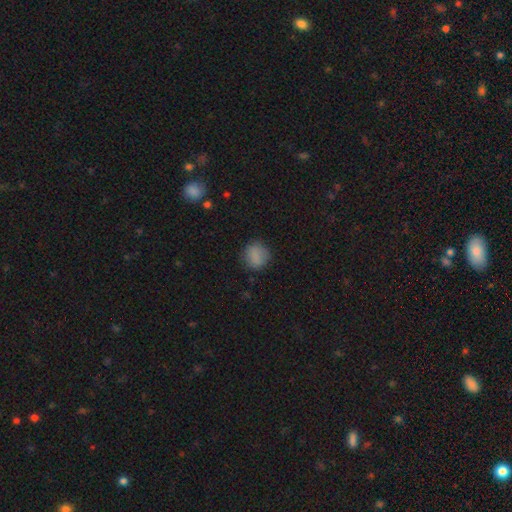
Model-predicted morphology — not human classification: Smooth or featured? smooth (84%)
How rounded? round (84%)
Merging? none (82%)